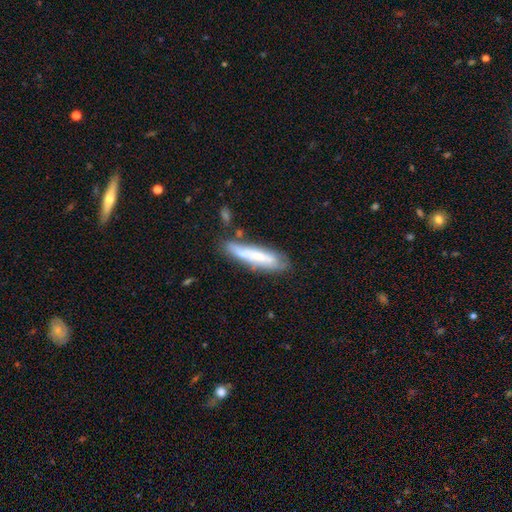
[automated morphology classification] Smooth or featured? Predicted: smooth (p=0.54). How rounded? Predicted: cigar-shaped (p=0.78). Merging? Predicted: none (p=0.65).